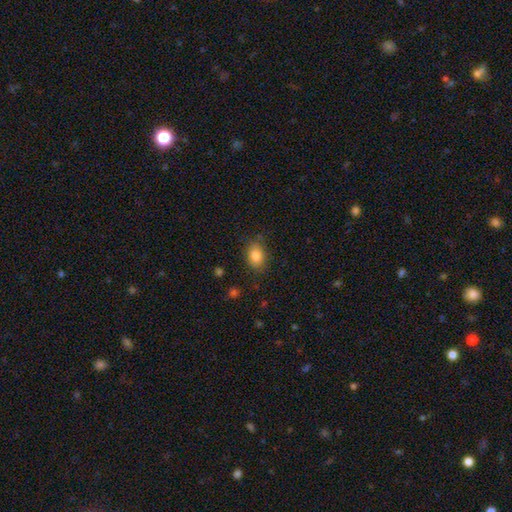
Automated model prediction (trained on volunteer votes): A smooth galaxy with no disk features (84%) that is in between round and cigar-shaped (74%).

Vote fractions:
- Smooth or featured? smooth: 84% / star or artifact: 9% / featured or disk: 7%
- How rounded? in between: 74% / round: 24% / cigar-shaped: 1%
- Merging? none: 80% / minor disturbance: 15% / major disturbance: 4% / merger: 1%